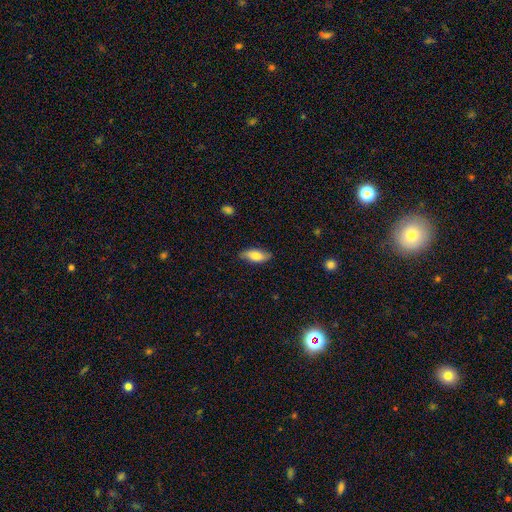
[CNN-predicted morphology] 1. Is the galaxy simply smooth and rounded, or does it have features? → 76% smooth, 18% featured or disk, 6% star or artifact.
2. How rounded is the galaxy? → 81% in between, 16% cigar-shaped, 3% round.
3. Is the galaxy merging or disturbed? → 81% none, 16% minor disturbance, 3% major disturbance, 1% merger.